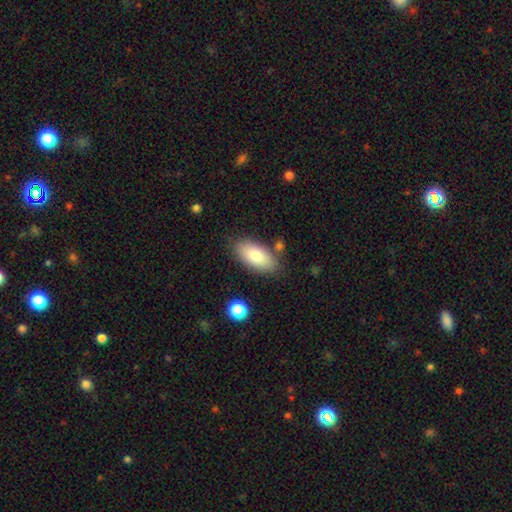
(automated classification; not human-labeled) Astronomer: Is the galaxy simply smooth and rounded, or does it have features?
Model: smooth — 81%.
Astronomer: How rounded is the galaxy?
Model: in between — 92%.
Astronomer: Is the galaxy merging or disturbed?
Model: none — 80%.